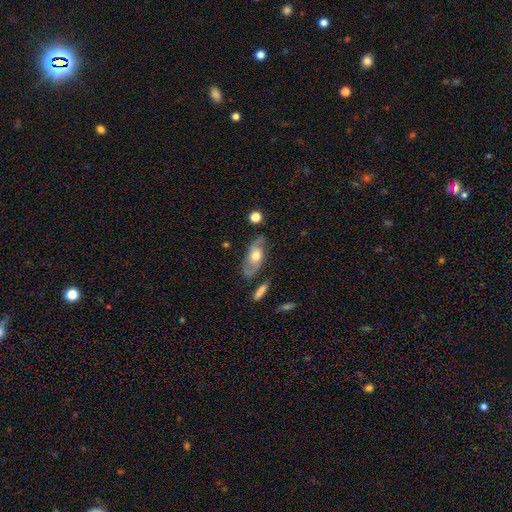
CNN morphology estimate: A featured or disk galaxy (62%) with no bar (76%), spiral arms (78%) and a moderate central bulge (67%). Merging: none (73%).